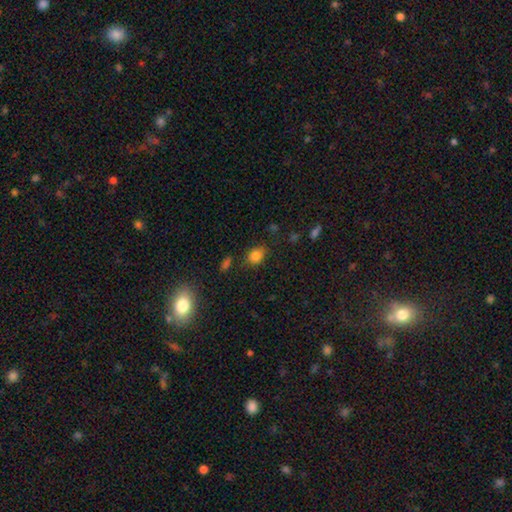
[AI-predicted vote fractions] Smooth or featured? smooth (81%)
How rounded? in between (50%)
Merging? none (72%)